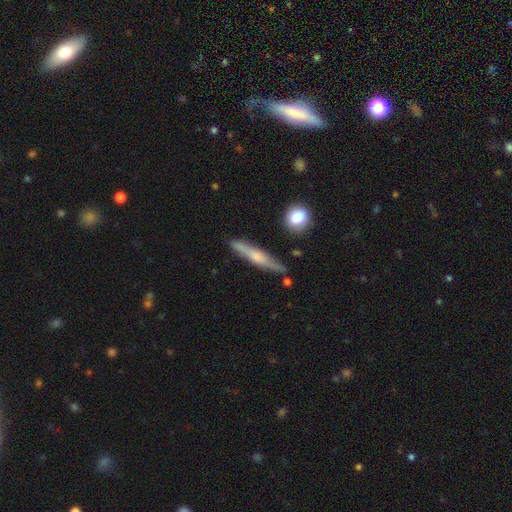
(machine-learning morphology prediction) This is possibly a featured or disk galaxy (50%). Merging: clearly none (81%).